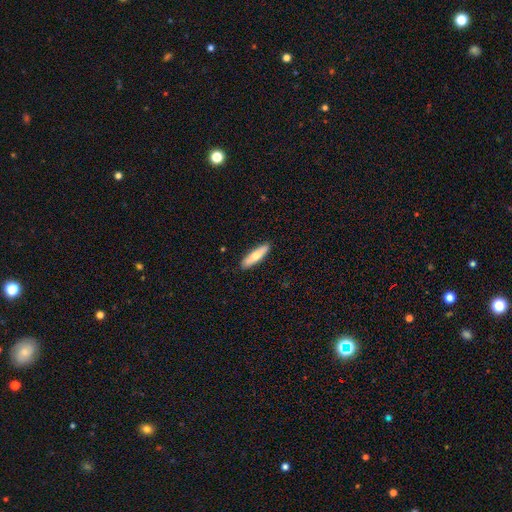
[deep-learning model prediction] smooth-or-featured: smooth: 66% | featured or disk: 28% | star or artifact: 5%
  how-rounded: cigar-shaped: 71% | in between: 27% | round: 2%
  merging: none: 89% | minor disturbance: 8% | major disturbance: 2% | merger: 1%